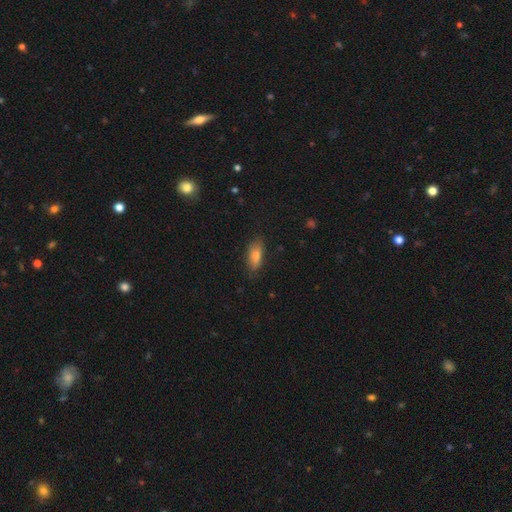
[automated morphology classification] smooth 78%, featured or disk 13%, star or artifact 9%. Down the decision tree: how rounded — in between (82%); merging — none (78%).